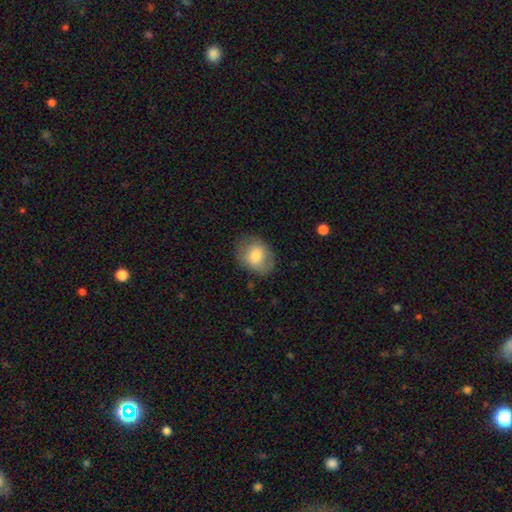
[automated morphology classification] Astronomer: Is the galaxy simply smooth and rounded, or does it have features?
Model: smooth — 75%.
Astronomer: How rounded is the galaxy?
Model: in between — 63%.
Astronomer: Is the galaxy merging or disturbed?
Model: none — 76%.